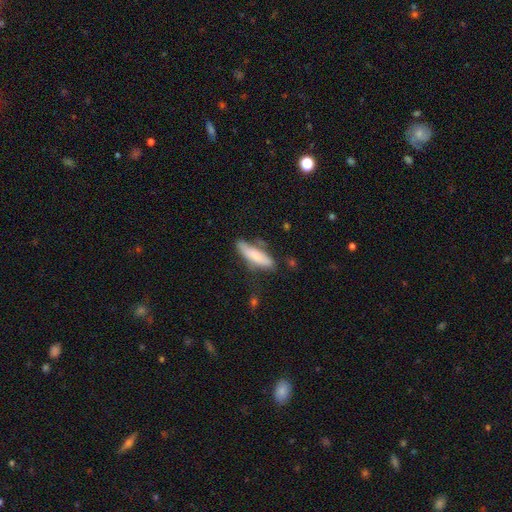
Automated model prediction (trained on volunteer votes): smooth-or-featured: smooth: 71% | featured or disk: 23% | star or artifact: 6%
  how-rounded: cigar-shaped: 59% | in between: 39% | round: 2%
  merging: none: 59% | minor disturbance: 27% | major disturbance: 9% | merger: 6%